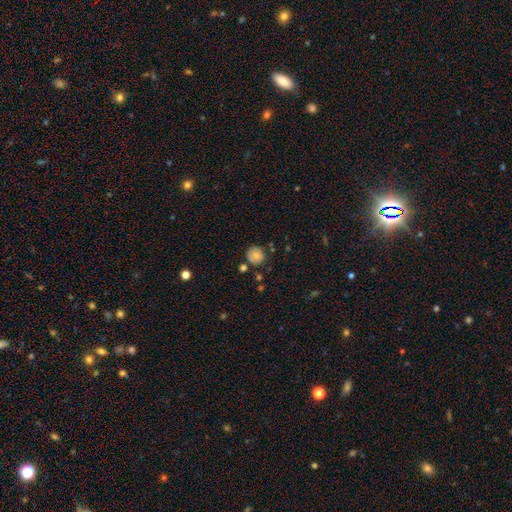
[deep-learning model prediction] This appears to be a smooth galaxy with no disk features (79%) that is round (88%). Merging: none (74%).